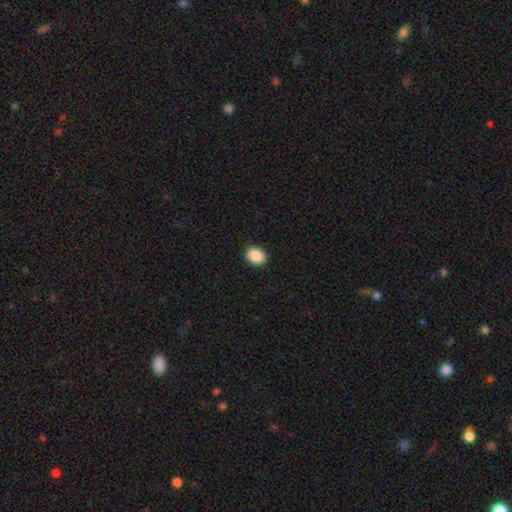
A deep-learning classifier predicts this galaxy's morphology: Overall: smooth (90%). How rounded: in between (66%; round 33%). Merging: none (90%).